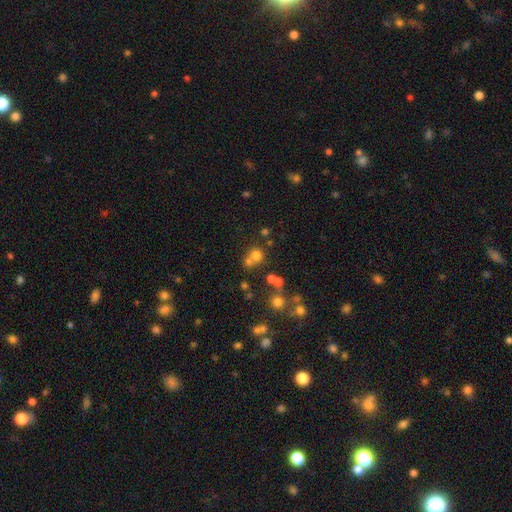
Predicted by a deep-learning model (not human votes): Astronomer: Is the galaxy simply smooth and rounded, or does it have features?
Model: smooth — 68%.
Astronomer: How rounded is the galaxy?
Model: round — 86%.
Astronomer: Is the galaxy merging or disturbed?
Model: none — 54% (runner-up: merger, 34%).